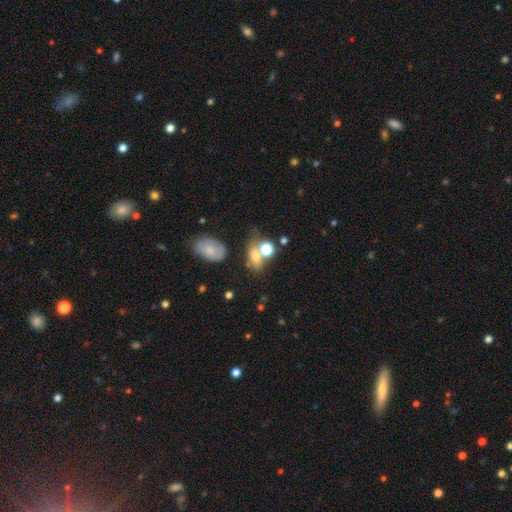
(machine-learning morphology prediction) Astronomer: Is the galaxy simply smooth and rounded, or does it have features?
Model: smooth — 68%.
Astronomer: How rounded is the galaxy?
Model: in between — 64%.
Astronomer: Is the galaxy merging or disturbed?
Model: none — 43% (runner-up: merger, 30%).